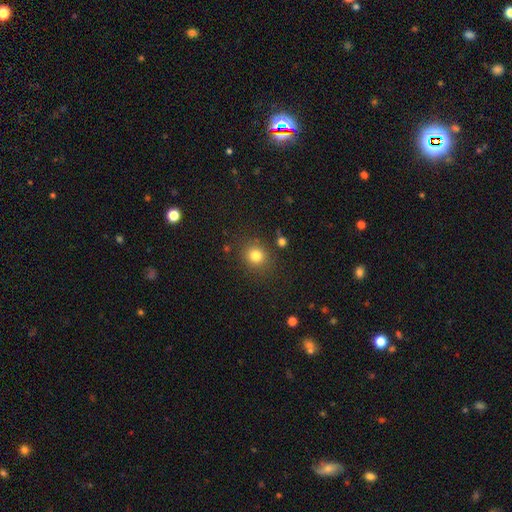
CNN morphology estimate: The model was most divided on "smooth or featured": smooth: 81%, star or artifact: 13%, featured or disk: 6%. More confident: how rounded — round (85%); merging — none (83%).